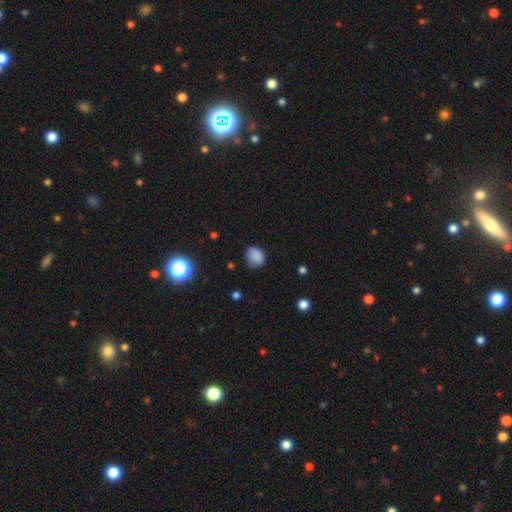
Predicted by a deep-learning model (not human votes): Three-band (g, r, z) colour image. It shows a smooth galaxy with no disk features (84%) that is round (56%). Merging: none (67%).